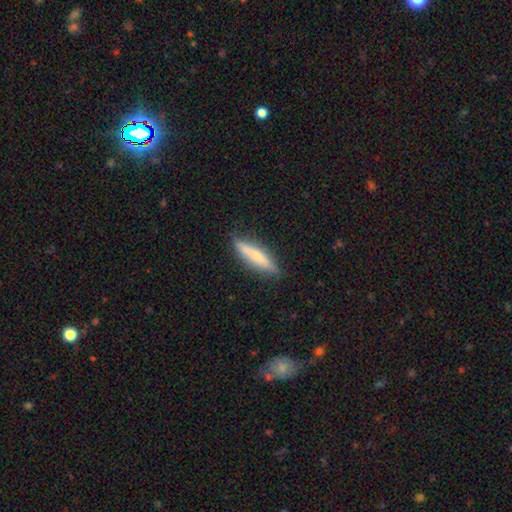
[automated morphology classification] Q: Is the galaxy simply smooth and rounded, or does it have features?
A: smooth — 61%.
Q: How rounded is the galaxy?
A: cigar-shaped — 85%.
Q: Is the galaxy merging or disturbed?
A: none — 84%.